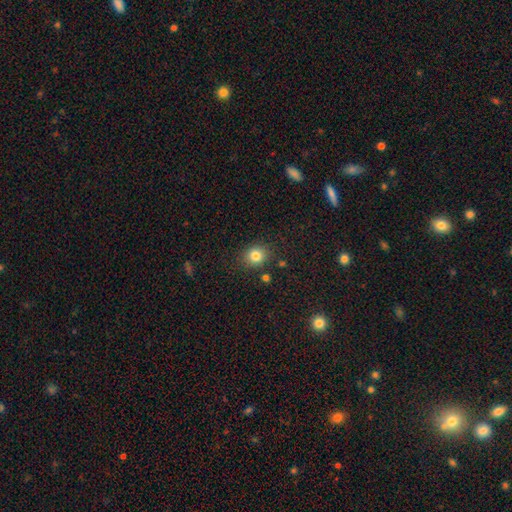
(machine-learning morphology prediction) The model was most divided on "how rounded": round: 78%, in between: 21%, cigar-shaped: 1%. More confident: merging — none (85%); smooth or featured — smooth (82%).